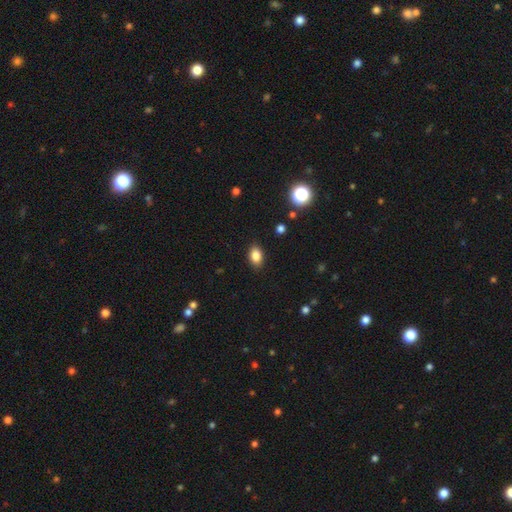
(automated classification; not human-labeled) A smooth galaxy with no disk features (84%) that is in between round and cigar-shaped (81%). Merging: none (88%).